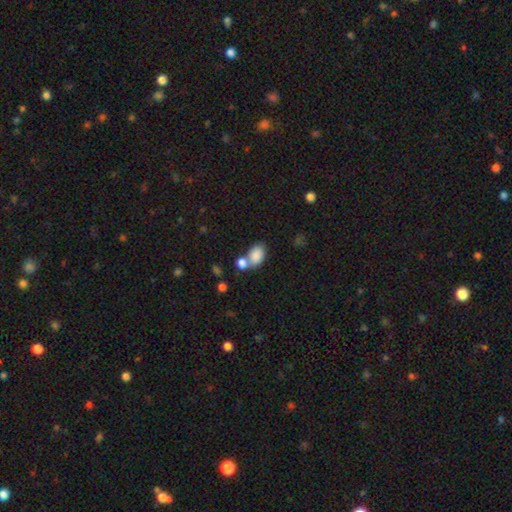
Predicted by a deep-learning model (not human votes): Smooth or featured: smooth — 85% (star or artifact — 8%)
How rounded: in between — 84% (round — 14%)
Merging: none — 42% (tied with merger — 42%)